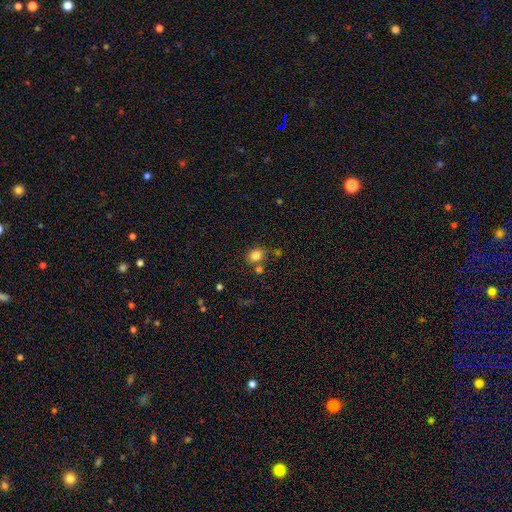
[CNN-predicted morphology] The model was most divided on "how rounded": round: 65%, in between: 34%, cigar-shaped: 1%. More confident: smooth or featured — smooth (81%); merging — none (68%).